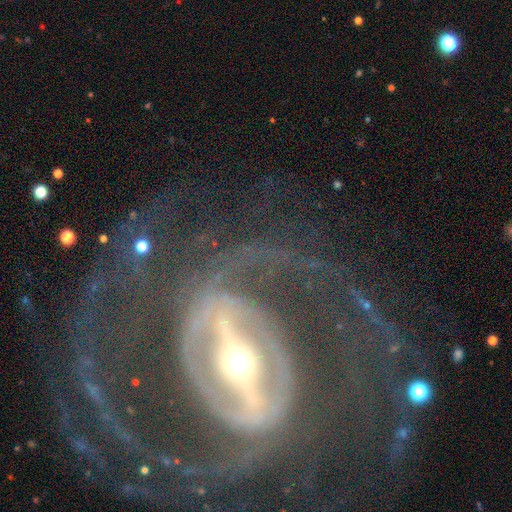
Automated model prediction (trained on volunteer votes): Smooth or featured?
  - featured or disk: 89% *
  - star or artifact: 6%
  - smooth: 5%
Edge-on disk?
  - no: 91% *
  - yes: 9%
Bar?
  - strong: 82% *
  - weak: 12%
  - no: 6%
Spiral arms?
  - yes: 84% *
  - no: 16%
Spiral winding?
  - medium: 42% *
  - tight: 38%
  - loose: 20%
Spiral arm count?
  - 2: 60% *
  - can't tell: 15%
  - 3: 9%
  - 4: 5%
  - 1: 5%
  - more than 4: 5%
Bulge size?
  - moderate: 51% *
  - small: 38%
  - large: 8%
  - dominant: 2%
  - none: 1%
Merging?
  - none: 61% *
  - major disturbance: 24%
  - minor disturbance: 13%
  - merger: 3%